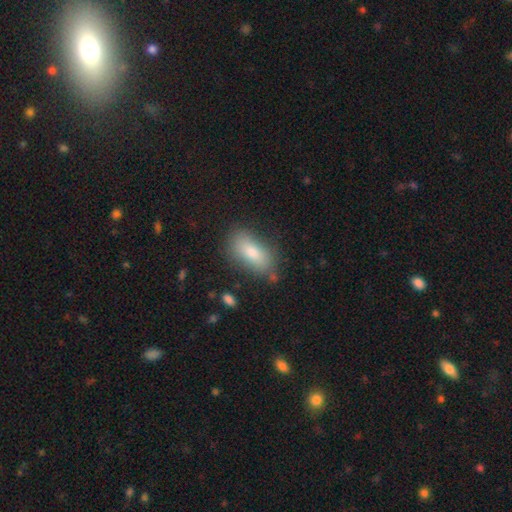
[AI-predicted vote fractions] Smooth or featured? smooth (81%)
How rounded? in between (86%)
Merging? none (73%)